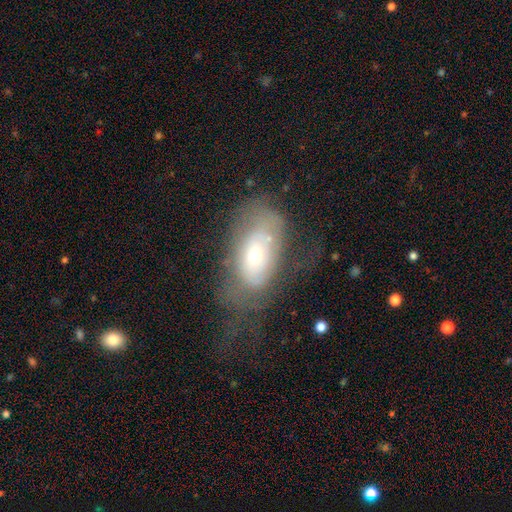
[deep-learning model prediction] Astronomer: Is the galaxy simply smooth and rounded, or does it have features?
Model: smooth — 47% (runner-up: featured or disk, 43%).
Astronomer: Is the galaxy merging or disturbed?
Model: major disturbance — 39% (runner-up: none, 32%).